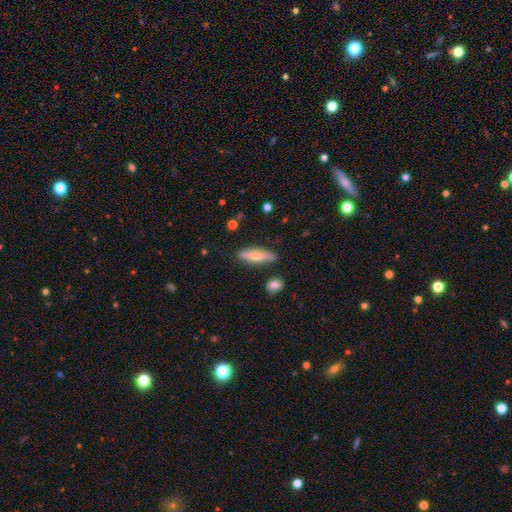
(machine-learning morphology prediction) Overall: smooth (52%; featured or disk 41%). How rounded: cigar-shaped (64%; in between 34%). Merging: none (82%).